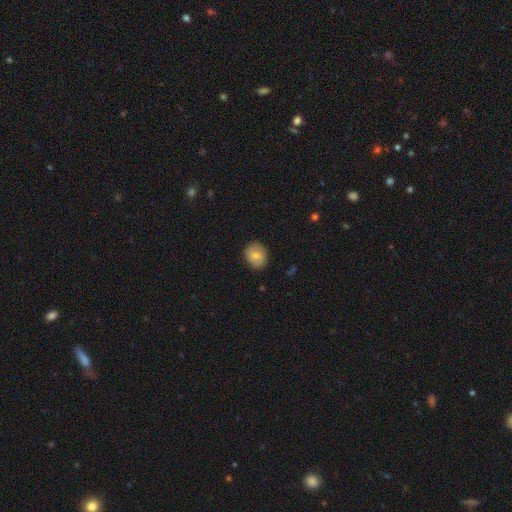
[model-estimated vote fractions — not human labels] Smooth or featured: smooth — 74% (featured or disk — 18%)
How rounded: round — 60% (in between — 39%)
Merging: none — 82% (minor disturbance — 14%)